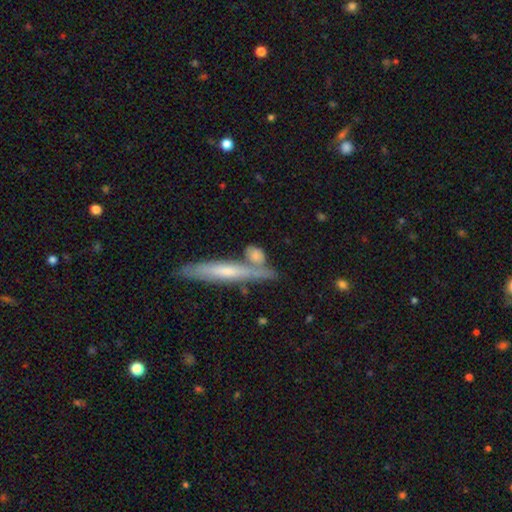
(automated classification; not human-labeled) A smooth galaxy with no disk features (67%) that is cigar-shaped (43%).

Vote fractions:
- Smooth or featured? smooth: 67% / featured or disk: 25% / star or artifact: 7%
- How rounded? cigar-shaped: 43% / in between: 38% / round: 18%
- Merging? none: 51% / merger: 28% / minor disturbance: 15% / major disturbance: 6%